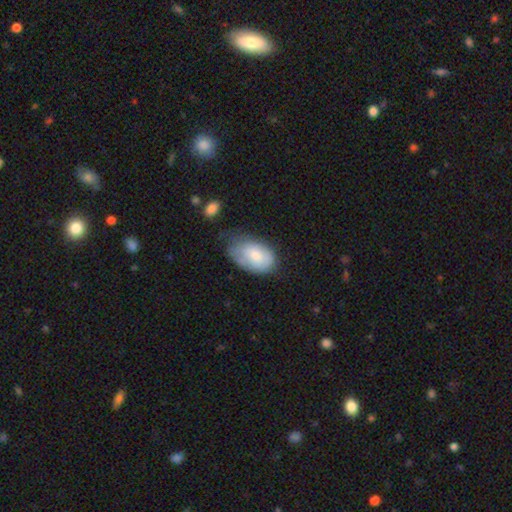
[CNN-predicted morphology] smooth-or-featured: smooth: 75% | featured or disk: 18% | star or artifact: 6%
  how-rounded: in between: 91% | round: 7% | cigar-shaped: 1%
  merging: none: 41% | minor disturbance: 39% | major disturbance: 16% | merger: 4%